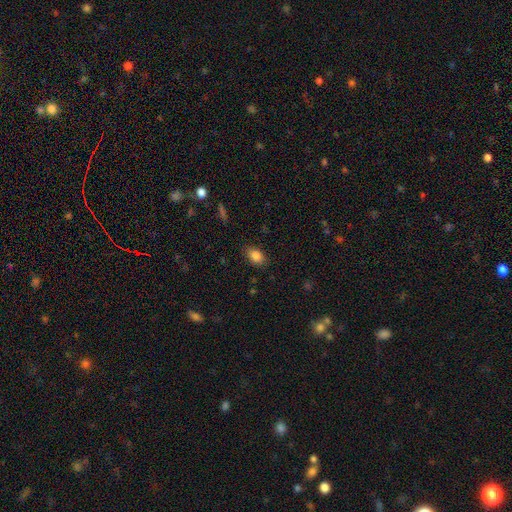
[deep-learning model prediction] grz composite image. It shows a smooth galaxy with no disk features (85%) that is in between round and cigar-shaped (84%). Merging: none (86%).